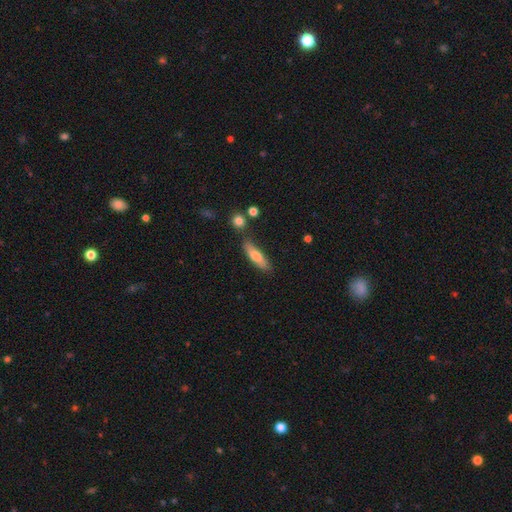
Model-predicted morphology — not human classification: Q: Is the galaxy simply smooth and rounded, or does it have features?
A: smooth — 69%.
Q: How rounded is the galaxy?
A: cigar-shaped — 65%.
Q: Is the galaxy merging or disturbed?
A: none — 76%.